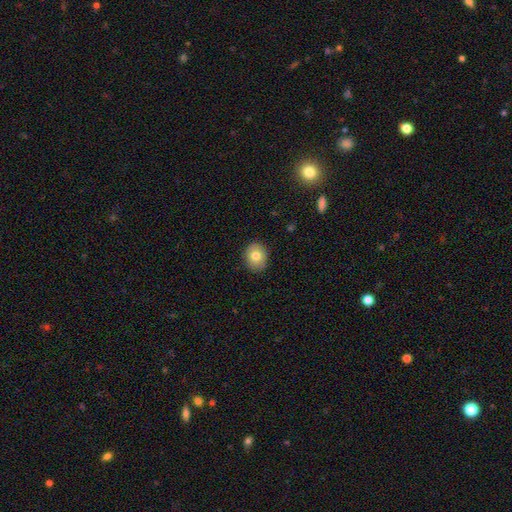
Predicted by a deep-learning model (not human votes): smooth_or_featured: smooth (p=0.79) [alt: featured or disk p=0.13]
how_rounded: round (p=0.61) [alt: in between p=0.38]
merging: none (p=0.89) [alt: minor disturbance p=0.08]